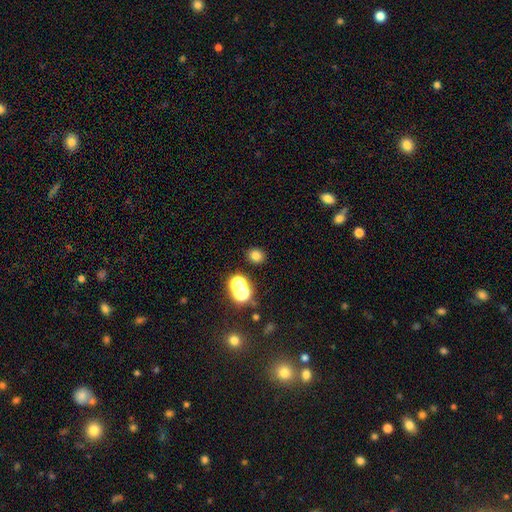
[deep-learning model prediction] Q: Smooth or featured?
A: smooth (73%); runner-up: star or artifact (20%)
Q: How rounded?
A: round (67%); runner-up: in between (32%)
Q: Merging?
A: none (83%); runner-up: minor disturbance (8%)